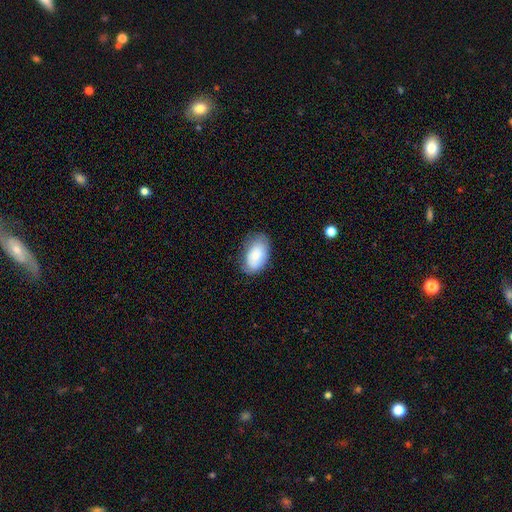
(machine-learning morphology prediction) Smooth or featured: smooth — 80% (featured or disk — 13%)
How rounded: in between — 93% (round — 6%)
Merging: none — 71% (minor disturbance — 22%)